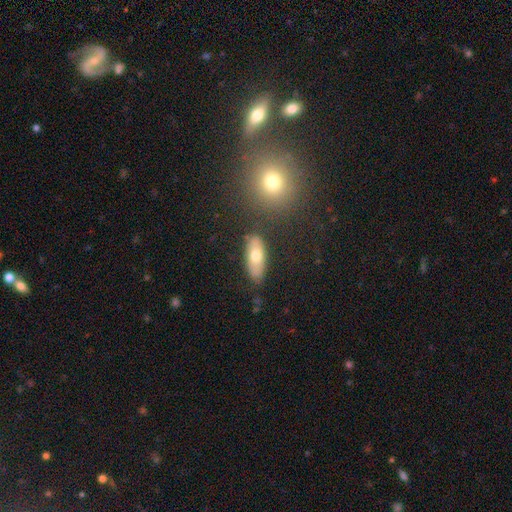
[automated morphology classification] This is likely a smooth galaxy (67%). How rounded: likely in between (79%). Merging: clearly none (81%).